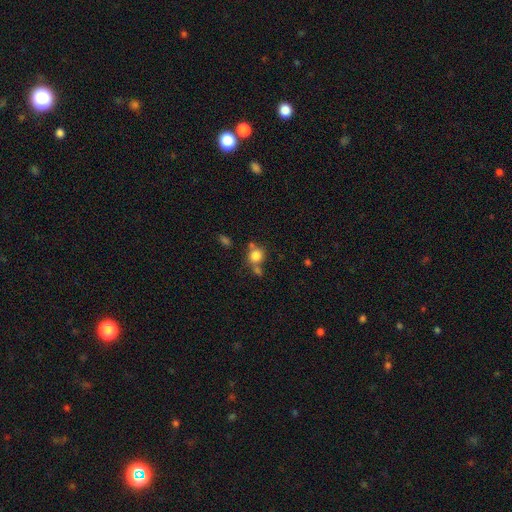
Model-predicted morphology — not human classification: A smooth galaxy with no disk features (79%) that is round (80%). Merging: none (53%).